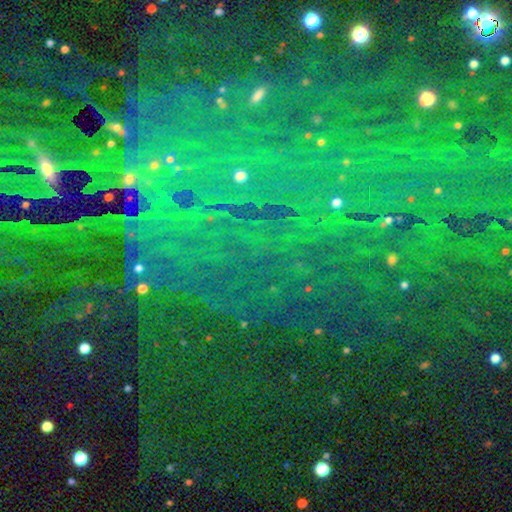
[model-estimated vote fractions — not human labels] smooth-or-featured: star or artifact: 80% | smooth: 10% | featured or disk: 10%